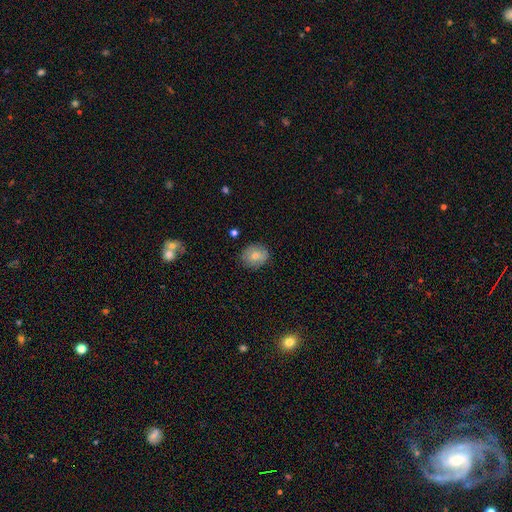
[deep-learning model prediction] smooth_or_featured: smooth (p=0.72) [alt: featured or disk p=0.19]
how_rounded: round (p=0.69) [alt: in between p=0.30]
merging: none (p=0.80) [alt: minor disturbance p=0.15]